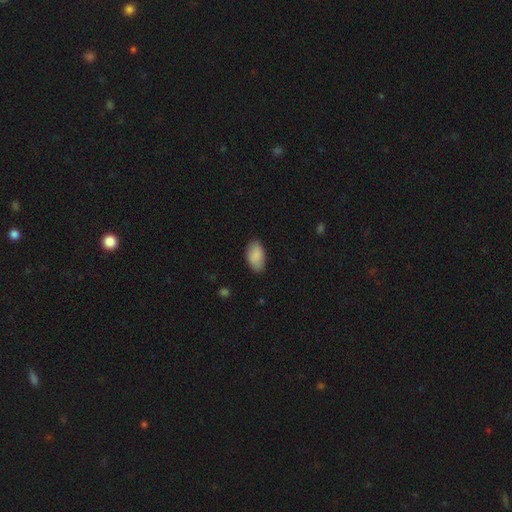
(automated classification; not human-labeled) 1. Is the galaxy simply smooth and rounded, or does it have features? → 89% smooth, 6% star or artifact, 5% featured or disk.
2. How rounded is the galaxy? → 94% in between, 4% round, 2% cigar-shaped.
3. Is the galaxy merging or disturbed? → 81% none, 15% minor disturbance, 3% major disturbance, 1% merger.